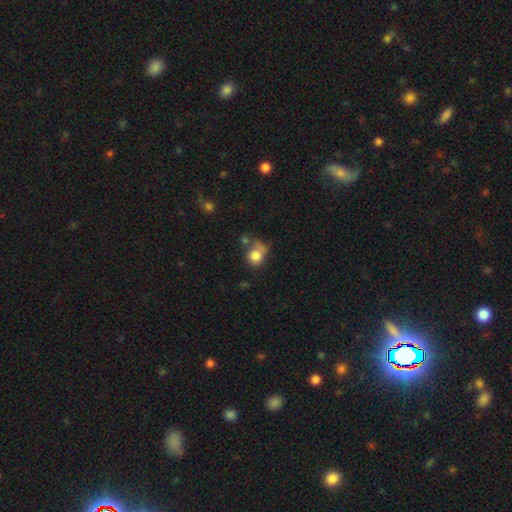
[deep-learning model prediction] The model was most divided on "merging": none: 42%, minor disturbance: 23%, merger: 20%, major disturbance: 15%. More confident: smooth or featured — smooth (79%); how rounded — round (74%).